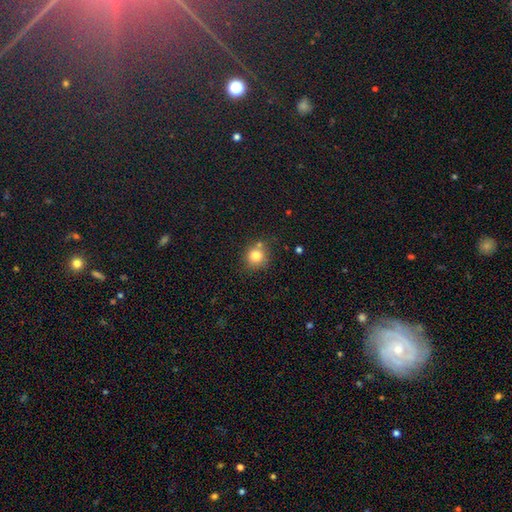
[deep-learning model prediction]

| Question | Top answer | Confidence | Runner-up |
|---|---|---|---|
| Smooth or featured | smooth | 80% | star or artifact (12%) |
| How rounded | round | 89% | in between (10%) |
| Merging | none | 71% | merger (13%) |